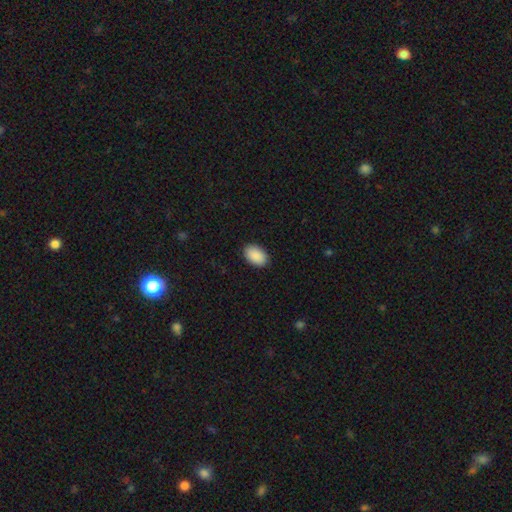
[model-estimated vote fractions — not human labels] Overall: smooth (91%). How rounded: in between (92%). Merging: none (89%).